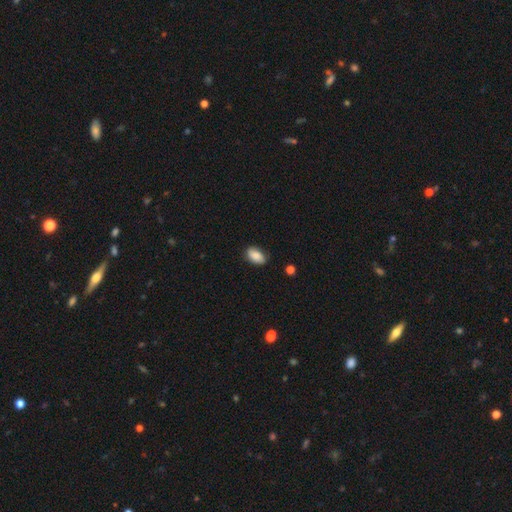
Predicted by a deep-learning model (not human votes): Q: Smooth or featured?
A: smooth (83%); runner-up: featured or disk (9%)
Q: How rounded?
A: in between (92%); runner-up: round (6%)
Q: Merging?
A: none (80%); runner-up: minor disturbance (16%)